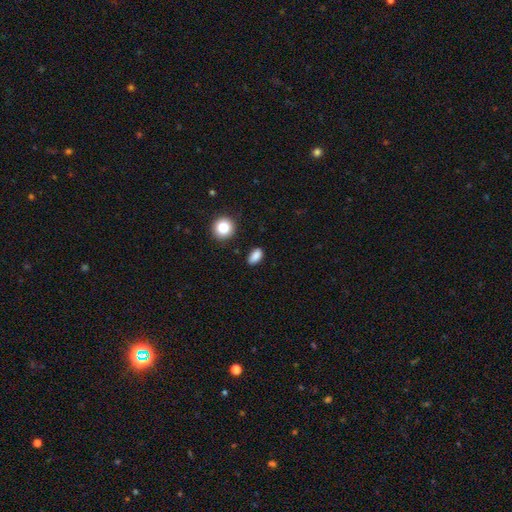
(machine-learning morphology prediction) smooth-or-featured: smooth: 86% | star or artifact: 10% | featured or disk: 4%
  how-rounded: in between: 83% | round: 12% | cigar-shaped: 5%
  merging: none: 85% | minor disturbance: 10% | major disturbance: 3% | merger: 2%